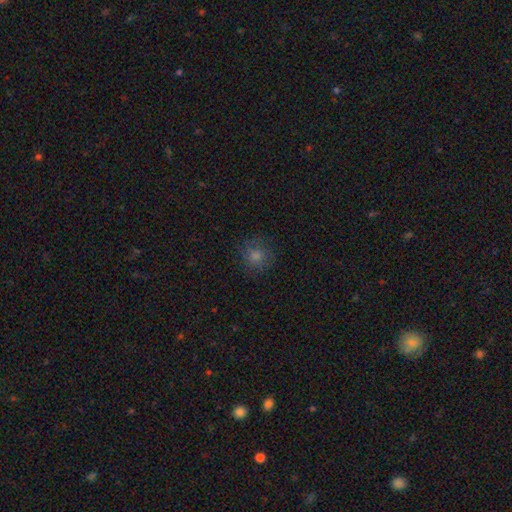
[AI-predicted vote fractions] Overall: smooth (70%). How rounded: round (92%). Merging: none (85%).